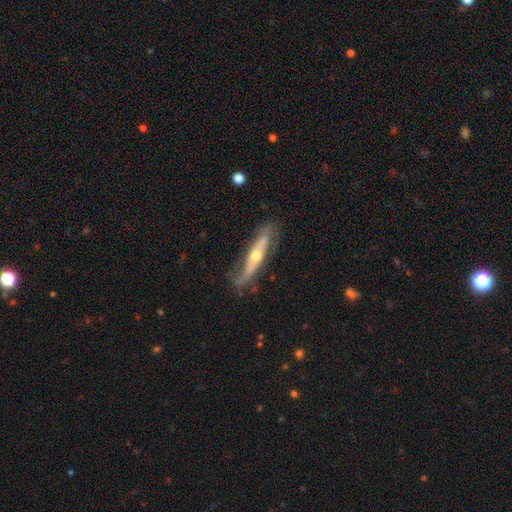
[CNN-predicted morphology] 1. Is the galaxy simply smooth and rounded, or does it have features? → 71% featured or disk, 24% smooth, 5% star or artifact.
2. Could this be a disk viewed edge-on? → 62% yes, 38% no.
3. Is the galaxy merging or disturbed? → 64% none, 23% minor disturbance, 11% major disturbance, 2% merger.